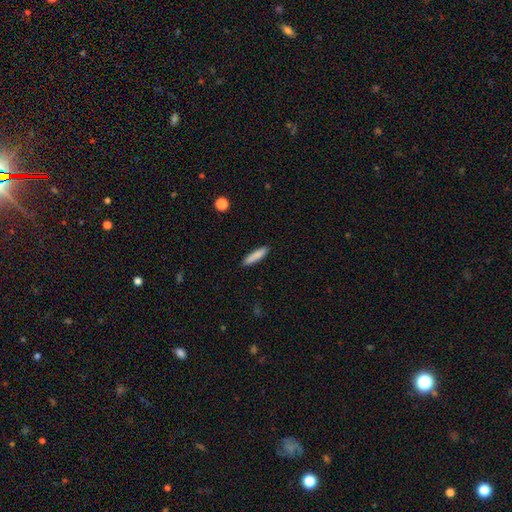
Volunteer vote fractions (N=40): Smooth or featured: smooth — 88% (featured or disk — 8%)
How rounded: cigar-shaped — 94% (in between — 6%)
Merging: none — 82% (minor disturbance — 16%)